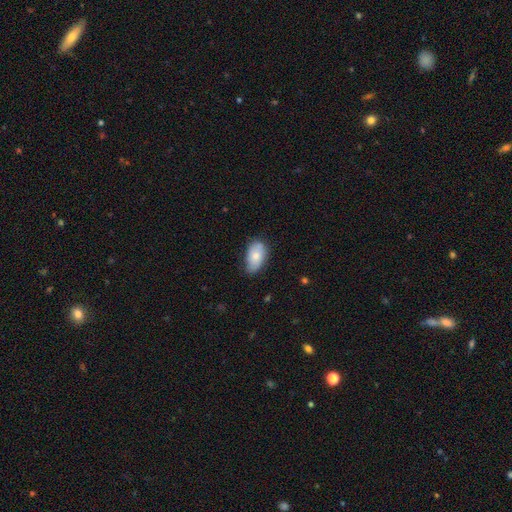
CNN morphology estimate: This is likely a smooth galaxy (74%). How rounded: clearly in between (93%). Merging: likely none (65%).